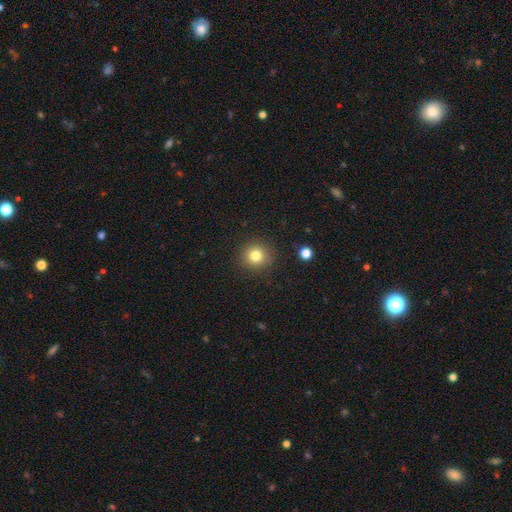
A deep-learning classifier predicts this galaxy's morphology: This is likely a smooth galaxy (80%). How rounded: clearly round (92%). Merging: clearly none (89%).